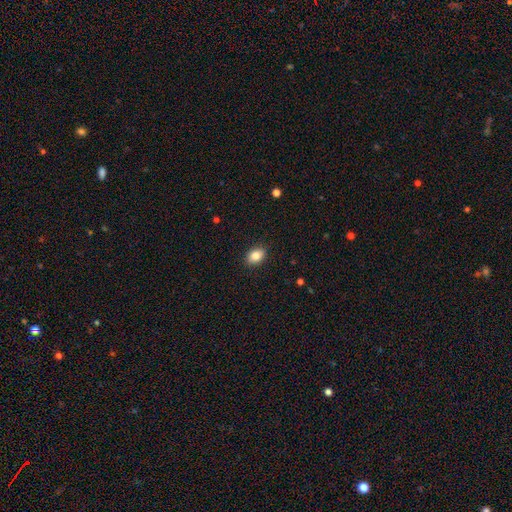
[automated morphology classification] smooth-or-featured: smooth: 86% | star or artifact: 8% | featured or disk: 5%
  how-rounded: in between: 76% | round: 22% | cigar-shaped: 1%
  merging: none: 89% | minor disturbance: 8% | major disturbance: 2% | merger: 1%